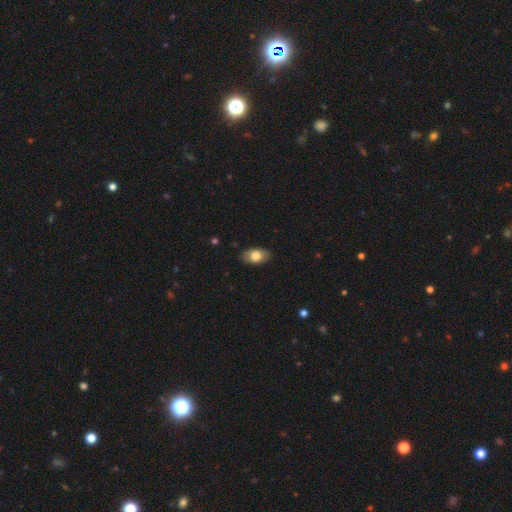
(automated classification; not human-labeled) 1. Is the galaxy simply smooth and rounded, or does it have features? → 79% smooth, 14% featured or disk, 7% star or artifact.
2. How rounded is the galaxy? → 91% in between, 7% round, 2% cigar-shaped.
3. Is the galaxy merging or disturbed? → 85% none, 12% minor disturbance, 2% major disturbance, 1% merger.